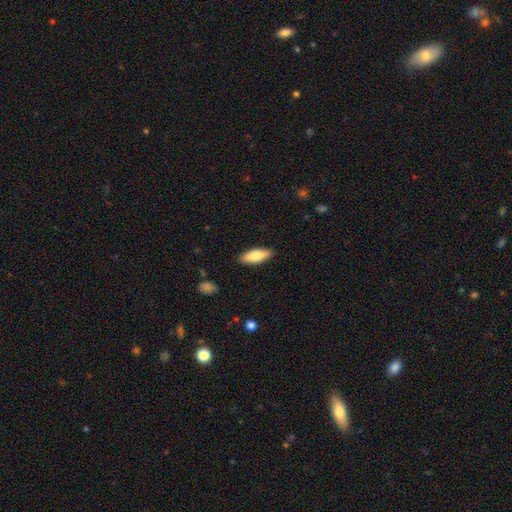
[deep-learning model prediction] Smooth or featured? smooth (79%)
How rounded? in between (73%)
Merging? none (88%)